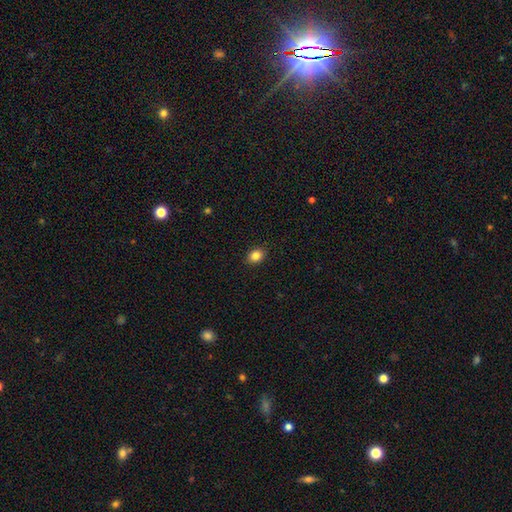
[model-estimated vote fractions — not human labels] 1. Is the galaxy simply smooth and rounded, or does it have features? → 85% smooth, 10% star or artifact, 5% featured or disk.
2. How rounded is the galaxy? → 53% in between, 46% round, 1% cigar-shaped.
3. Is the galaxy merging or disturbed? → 90% none, 7% minor disturbance, 2% major disturbance, 1% merger.